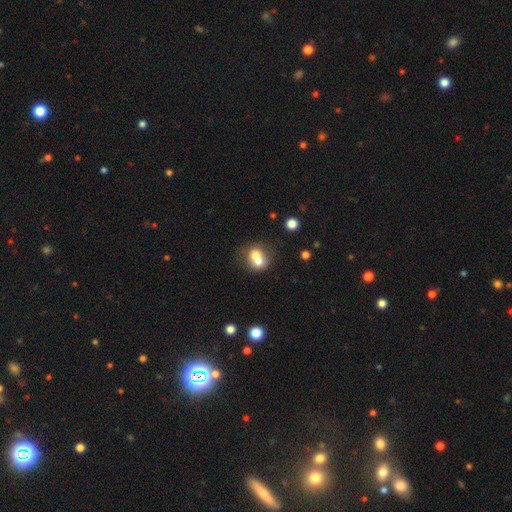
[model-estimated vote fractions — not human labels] Smooth or featured: smooth — 66% (featured or disk — 24%)
How rounded: round — 68% (in between — 32%)
Merging: merger — 65% (none — 25%)